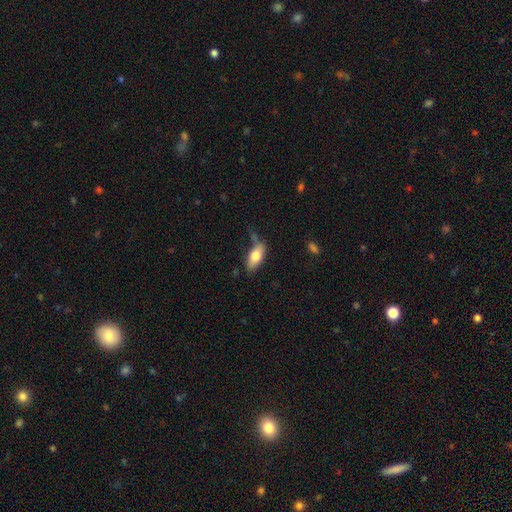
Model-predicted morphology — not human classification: Overall: smooth (71%). How rounded: in between (82%). Merging: none (64%).